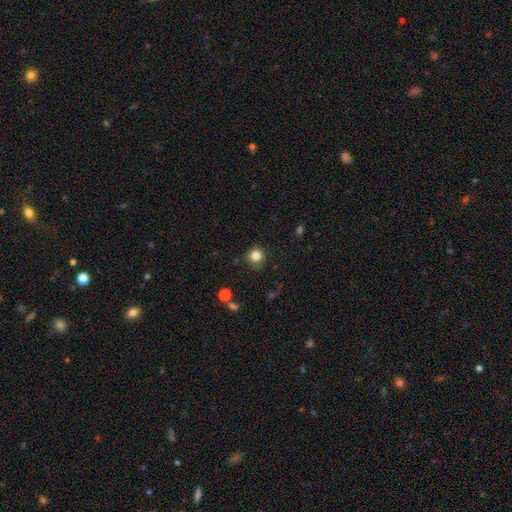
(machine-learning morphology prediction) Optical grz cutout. It shows a smooth galaxy with no disk features (83%) that is round (89%). Merging: none (81%).